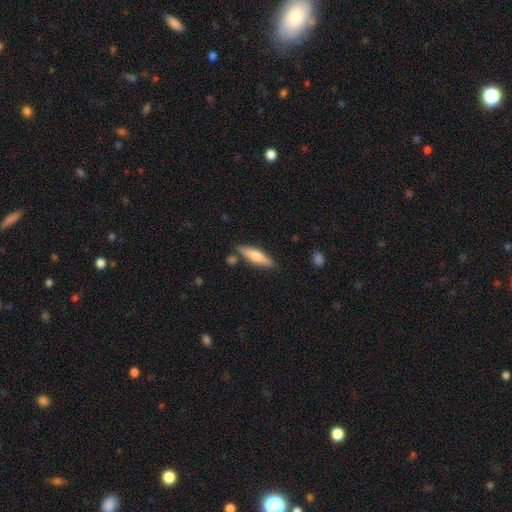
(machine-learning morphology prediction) Smooth or featured? Predicted: smooth (p=0.57). How rounded? Predicted: cigar-shaped (p=0.68). Merging? Predicted: none (p=0.81).